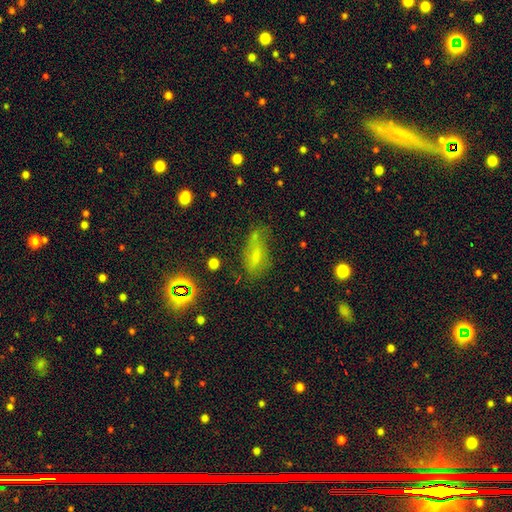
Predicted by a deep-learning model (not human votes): Smooth or featured: smooth — 55% (featured or disk — 28%)
How rounded: in between — 74% (cigar-shaped — 21%)
Merging: none — 46% (minor disturbance — 28%)